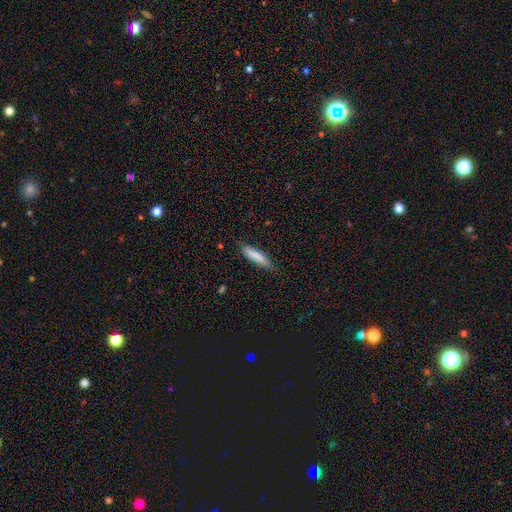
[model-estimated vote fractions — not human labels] The model was most divided on "how rounded": cigar-shaped: 76%, in between: 23%, round: 1%. More confident: smooth or featured — smooth (83%); merging — none (78%).